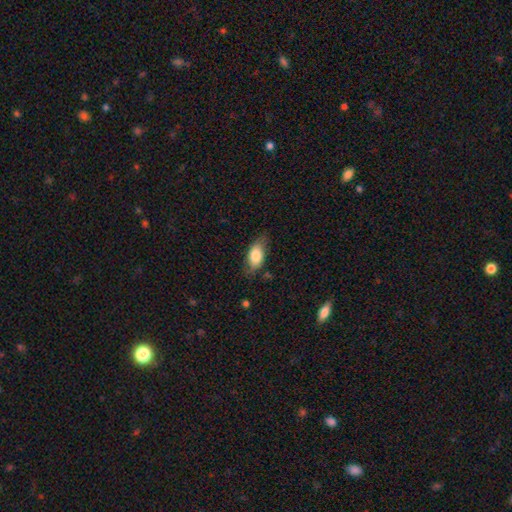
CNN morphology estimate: Q: Smooth or featured?
A: smooth (75%); runner-up: featured or disk (18%)
Q: How rounded?
A: in between (89%); runner-up: cigar-shaped (6%)
Q: Merging?
A: none (66%); runner-up: minor disturbance (25%)